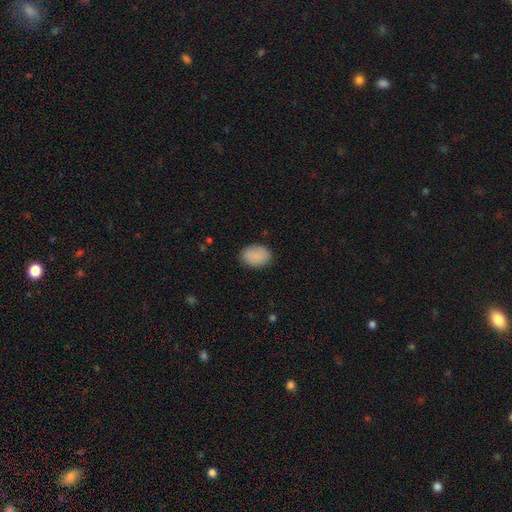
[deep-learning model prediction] This is clearly a smooth galaxy (89%). How rounded: likely in between (73%). Merging: clearly none (84%).